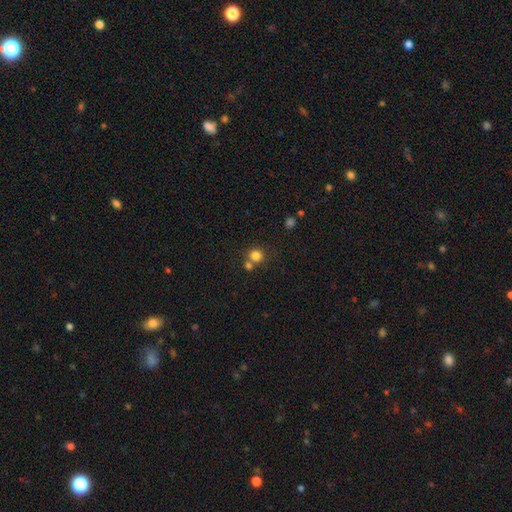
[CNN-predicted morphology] The model was most divided on "merging": none: 59%, merger: 30%, minor disturbance: 8%, major disturbance: 3%. More confident: how rounded — round (88%); smooth or featured — smooth (81%).